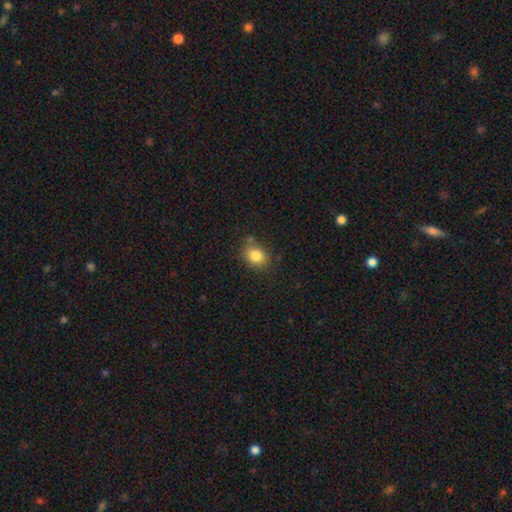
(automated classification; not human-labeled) Morphology: type=smooth (83%); roundness=round (56%); merging=none (75%).